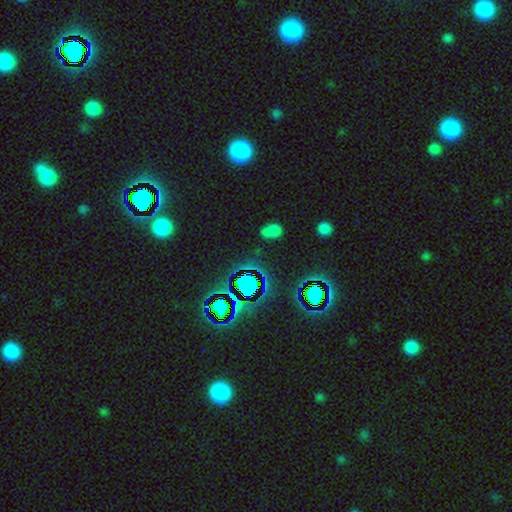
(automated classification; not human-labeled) star or artifact 57%, smooth 30%, featured or disk 12%.